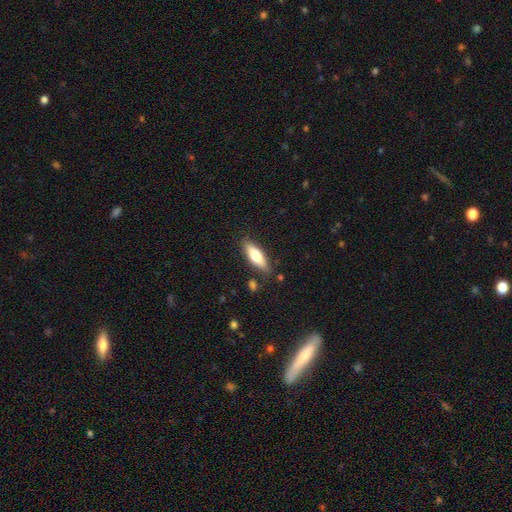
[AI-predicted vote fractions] smooth-or-featured: smooth: 68% | featured or disk: 26% | star or artifact: 6%
  how-rounded: in between: 56% | cigar-shaped: 41% | round: 2%
  merging: none: 82% | minor disturbance: 13% | merger: 3% | major disturbance: 3%